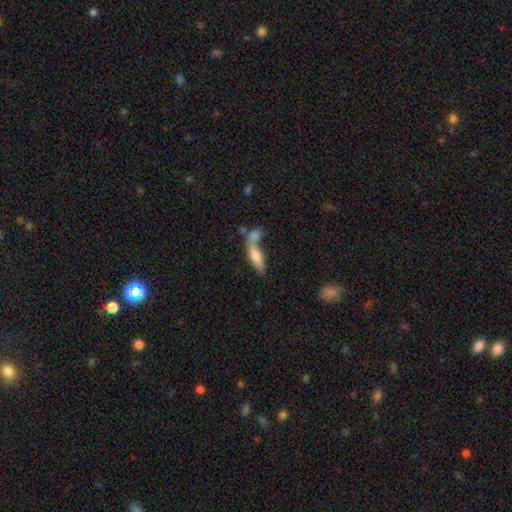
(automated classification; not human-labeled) This is likely a smooth galaxy (67%). How rounded: possibly in between (59%). Merging: possibly merger (51%).